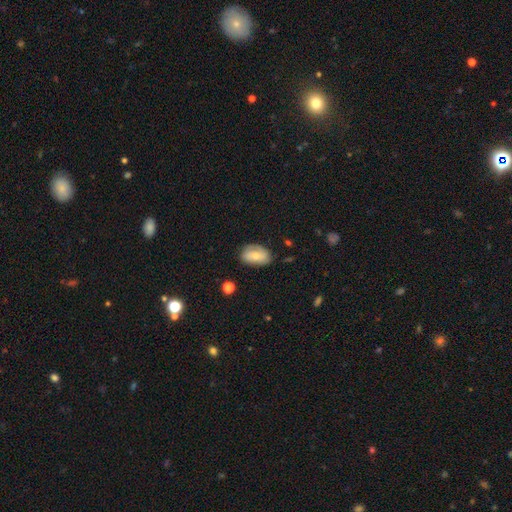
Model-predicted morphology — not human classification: Smooth or featured? smooth (65%)
How rounded? in between (90%)
Merging? none (67%)